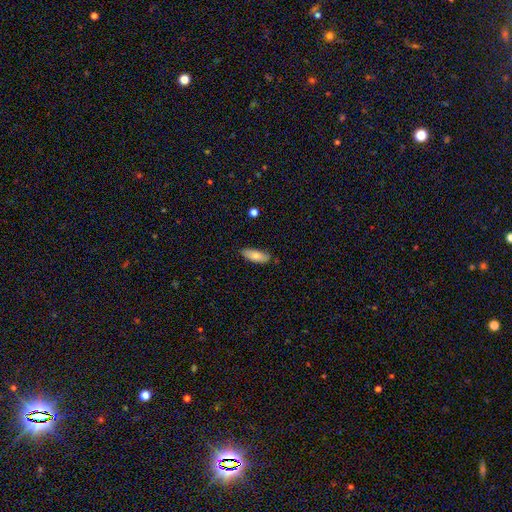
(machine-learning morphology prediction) smooth 80%, featured or disk 14%, star or artifact 7%. Down the decision tree: how rounded — in between (74%); merging — none (80%).